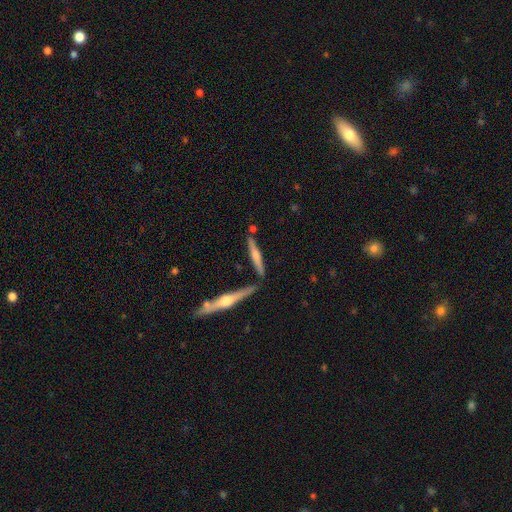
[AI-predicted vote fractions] smooth_or_featured: featured or disk (p=0.53) [alt: smooth p=0.41]
disk_edge_on: yes (p=0.96) [alt: no p=0.04]
edge_on_bulge: rounded (p=0.73) [alt: none p=0.17]
merging: none (p=0.74) [alt: merger p=0.13]